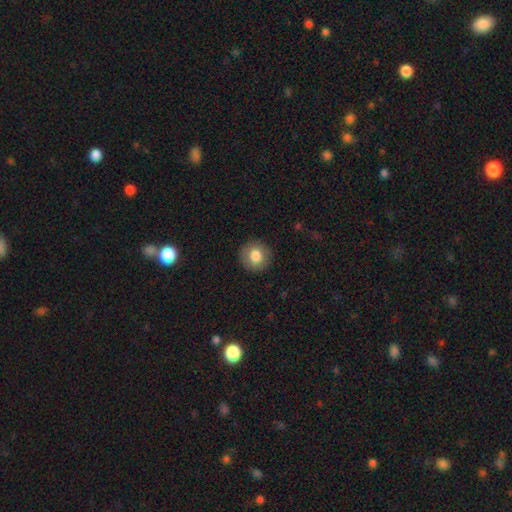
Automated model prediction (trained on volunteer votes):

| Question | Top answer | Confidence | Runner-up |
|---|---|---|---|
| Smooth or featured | smooth | 81% | featured or disk (11%) |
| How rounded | round | 93% | in between (6%) |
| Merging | none | 90% | minor disturbance (6%) |